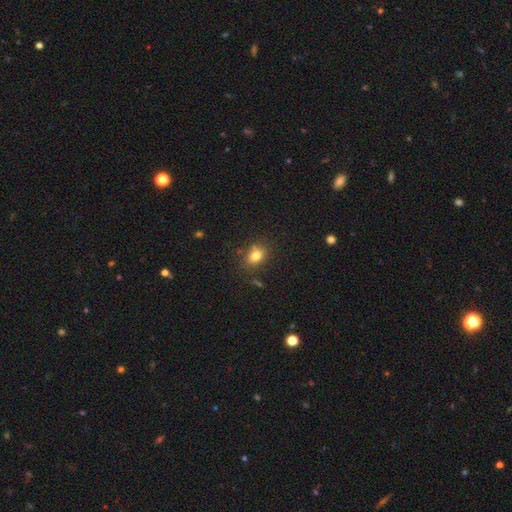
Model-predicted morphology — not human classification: smooth-or-featured: smooth: 79% | star or artifact: 12% | featured or disk: 9%
  how-rounded: in between: 63% | round: 35% | cigar-shaped: 1%
  merging: none: 73% | minor disturbance: 15% | merger: 7% | major disturbance: 4%